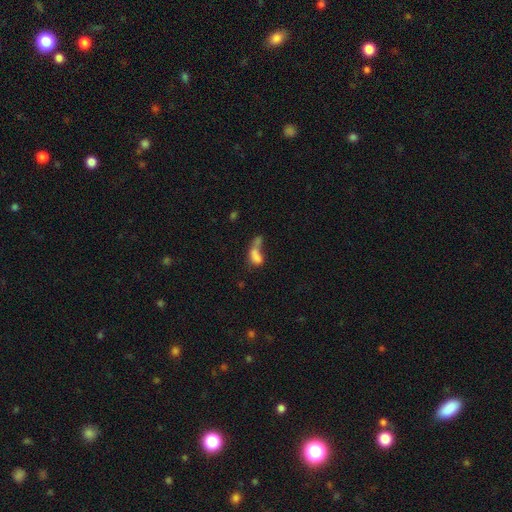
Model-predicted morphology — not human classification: This appears to be a smooth galaxy with no disk features (69%) that is in between round and cigar-shaped (80%). Merging: merger (55%).